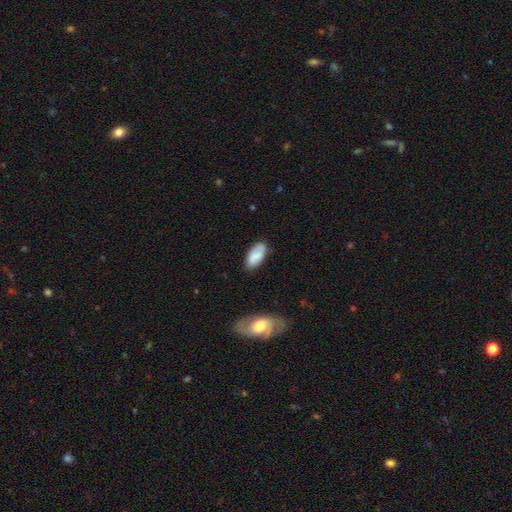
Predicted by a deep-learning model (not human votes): This is clearly a smooth galaxy (81%). How rounded: clearly in between (93%). Merging: likely none (79%).